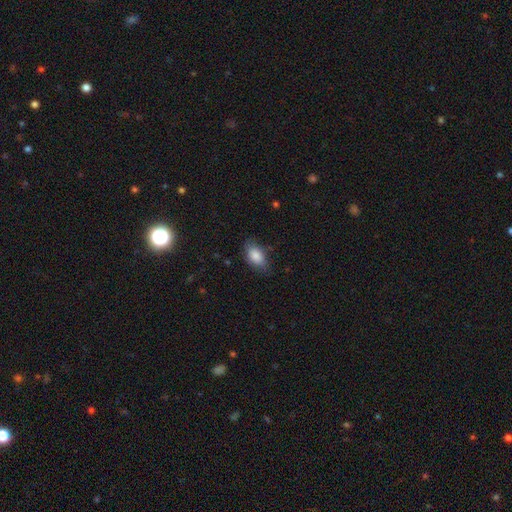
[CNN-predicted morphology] A smooth galaxy with no disk features (85%) that is in between round and cigar-shaped (91%).

Vote fractions:
- Smooth or featured? smooth: 85% / featured or disk: 8% / star or artifact: 7%
- How rounded? in between: 91% / round: 6% / cigar-shaped: 3%
- Merging? none: 69% / minor disturbance: 24% / major disturbance: 6% / merger: 1%